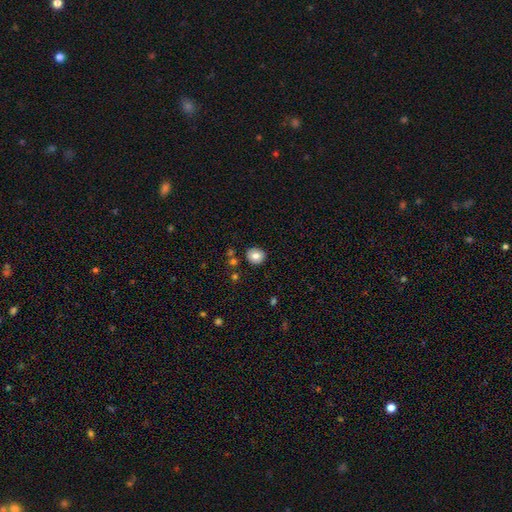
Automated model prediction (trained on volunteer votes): smooth-or-featured: smooth: 78% | featured or disk: 12% | star or artifact: 10%
  how-rounded: round: 86% | in between: 13% | cigar-shaped: 1%
  merging: none: 88% | minor disturbance: 8% | merger: 2% | major disturbance: 2%